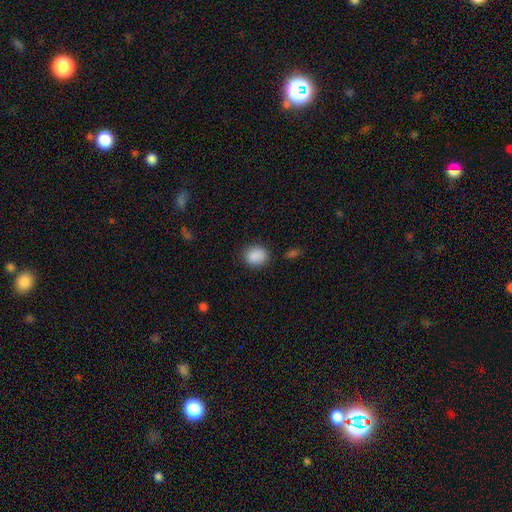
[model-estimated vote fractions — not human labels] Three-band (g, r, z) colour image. It shows a smooth galaxy with no disk features (89%) that is round (60%). Merging: none (83%).